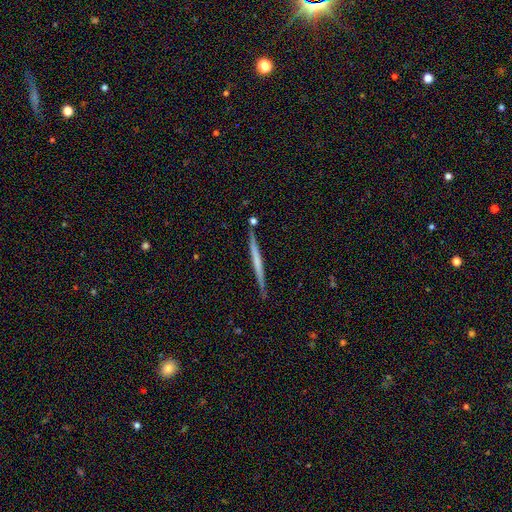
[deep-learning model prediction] Smooth or featured? Predicted: featured or disk (p=0.54). Edge-on disk? Predicted: yes (p=0.97). Edge-on bulge? Predicted: none (p=0.85). Merging? Predicted: none (p=0.88).